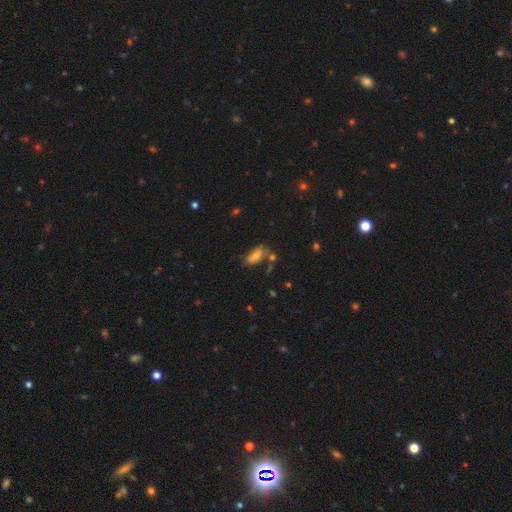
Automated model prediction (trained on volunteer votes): Morphology: type=smooth (68%); roundness=in between (83%); merging=none (60%).